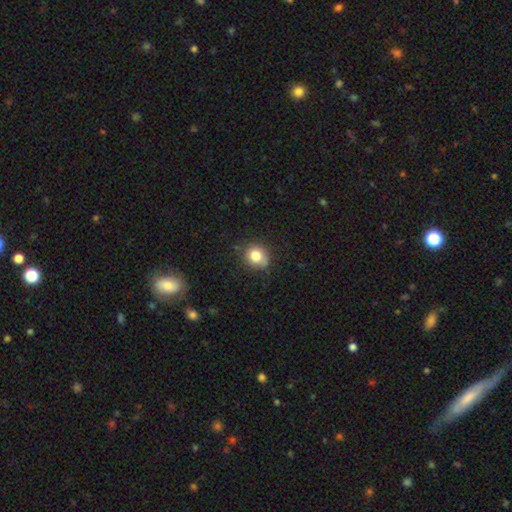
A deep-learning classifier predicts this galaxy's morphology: type=smooth (80%); roundness=round (80%); merging=none (75%).